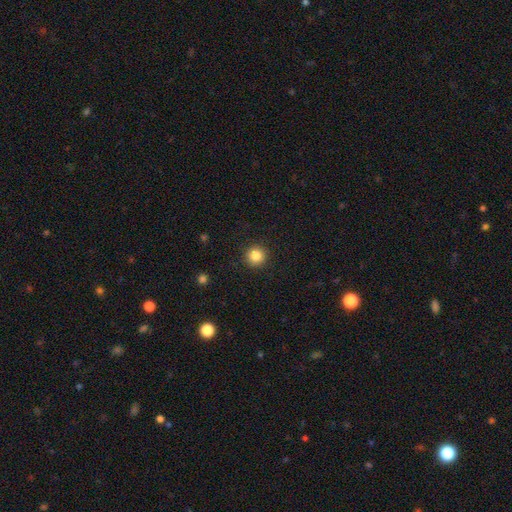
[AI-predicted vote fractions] Smooth or featured? smooth (85%)
How rounded? round (95%)
Merging? none (92%)